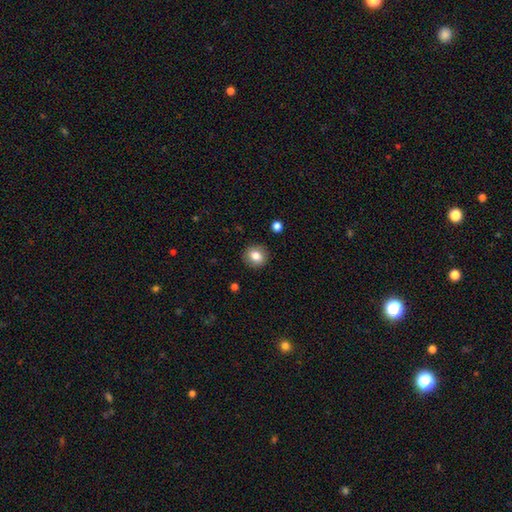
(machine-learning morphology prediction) Q: Smooth or featured?
A: smooth (81%); runner-up: featured or disk (10%)
Q: How rounded?
A: round (80%); runner-up: in between (19%)
Q: Merging?
A: none (90%); runner-up: minor disturbance (7%)